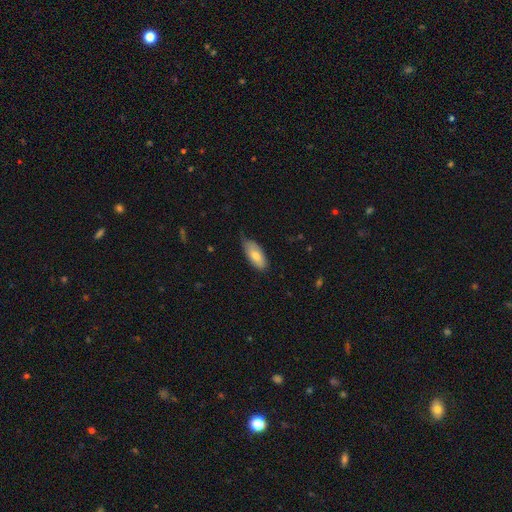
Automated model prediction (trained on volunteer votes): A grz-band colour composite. It shows a smooth galaxy with no disk features (78%) that is in between round and cigar-shaped (86%). Merging: none (63%).